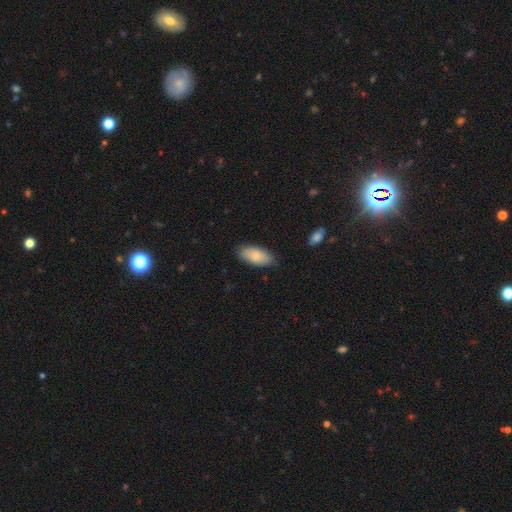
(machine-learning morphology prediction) Smooth or featured: smooth — 83% (featured or disk — 12%)
How rounded: in between — 92% (cigar-shaped — 6%)
Merging: none — 83% (minor disturbance — 13%)